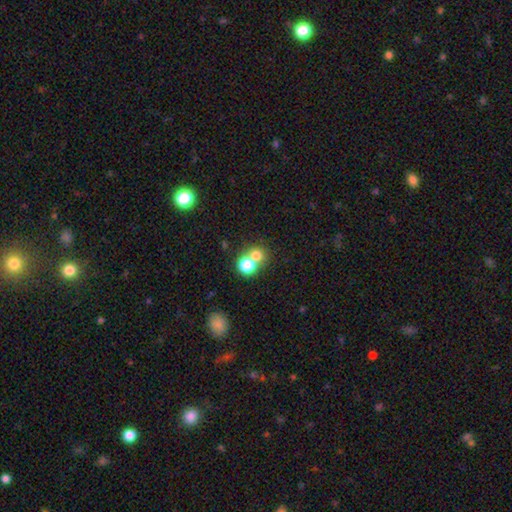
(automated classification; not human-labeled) Smooth or featured?
  - smooth: 71% *
  - star or artifact: 17%
  - featured or disk: 12%
How rounded?
  - round: 84% *
  - in between: 15%
  - cigar-shaped: 1%
Merging?
  - merger: 47% *
  - none: 44%
  - minor disturbance: 5%
  - major disturbance: 3%